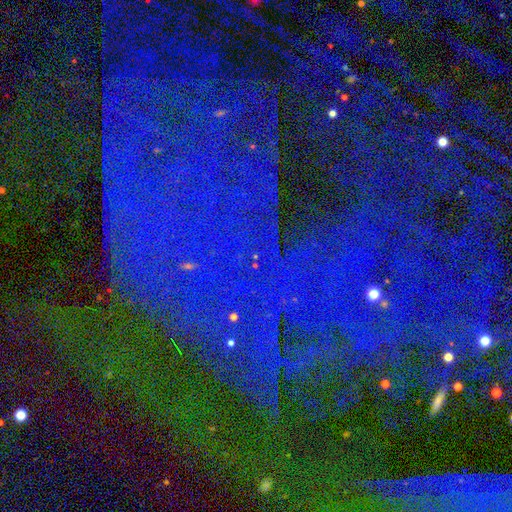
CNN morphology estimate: Smooth or featured? Predicted: star or artifact (p=0.86).